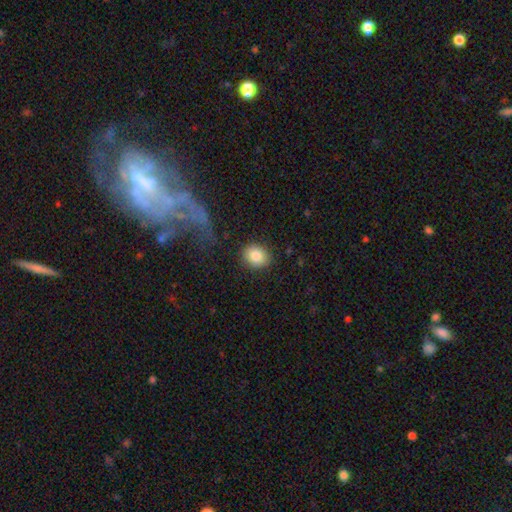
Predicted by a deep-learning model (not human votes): smooth-or-featured: smooth: 85% | star or artifact: 9% | featured or disk: 7%
  how-rounded: round: 67% | in between: 32% | cigar-shaped: 1%
  merging: none: 86% | minor disturbance: 9% | major disturbance: 3% | merger: 2%